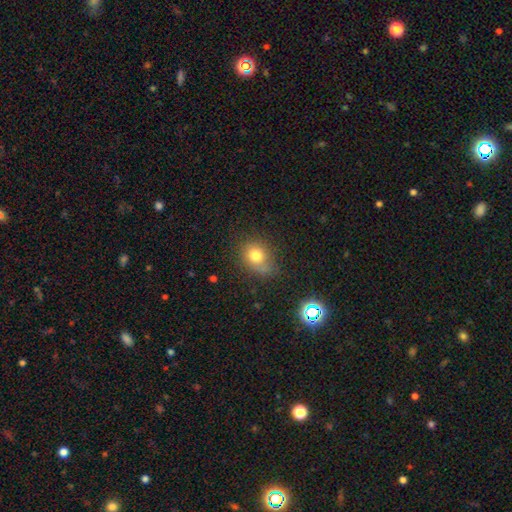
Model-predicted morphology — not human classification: This is likely a smooth galaxy (75%). How rounded: possibly round (58%). Merging: likely none (61%).